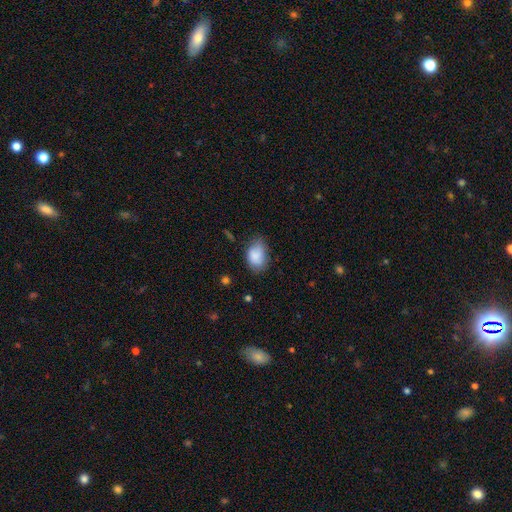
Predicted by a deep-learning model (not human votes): Q: Smooth or featured?
A: smooth (83%); runner-up: featured or disk (9%)
Q: How rounded?
A: in between (83%); runner-up: round (16%)
Q: Merging?
A: none (58%); runner-up: minor disturbance (32%)